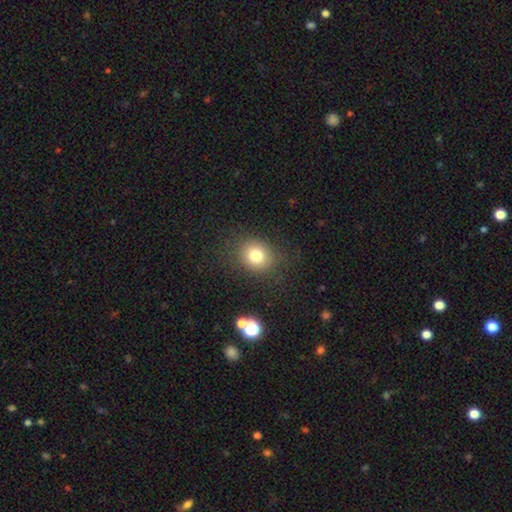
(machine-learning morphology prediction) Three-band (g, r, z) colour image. It shows a smooth galaxy with no disk features (76%) that is round (67%). Merging: none (81%).